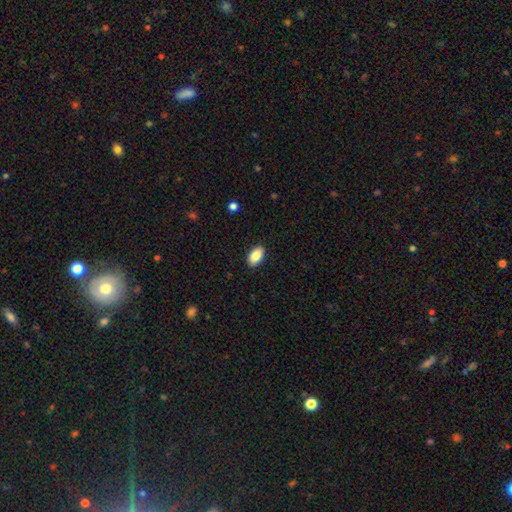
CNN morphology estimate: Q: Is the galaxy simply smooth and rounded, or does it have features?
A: smooth — 87%.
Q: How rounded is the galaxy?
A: in between — 93%.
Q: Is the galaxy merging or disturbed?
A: none — 89%.